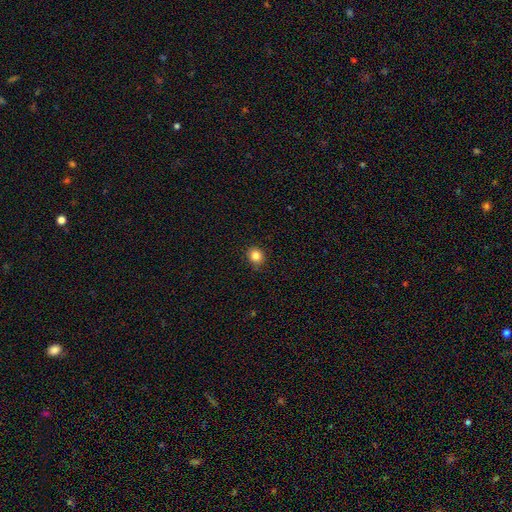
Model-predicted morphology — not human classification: Overall: smooth (84%). How rounded: round (82%). Merging: none (89%).